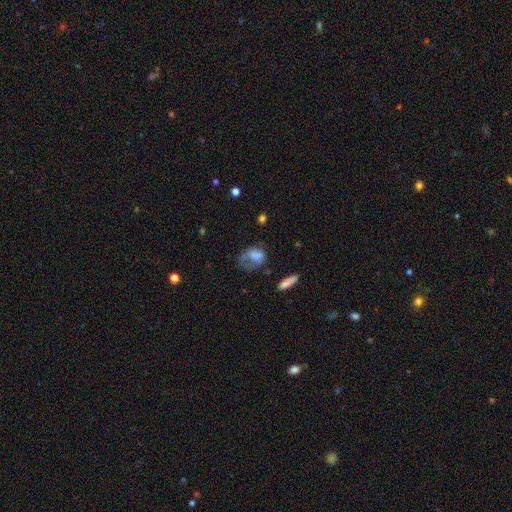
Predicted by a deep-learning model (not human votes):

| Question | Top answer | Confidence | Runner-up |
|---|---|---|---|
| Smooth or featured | smooth | 64% | featured or disk (26%) |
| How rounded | in between | 66% | round (31%) |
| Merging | major disturbance | 44% | none (27%) |